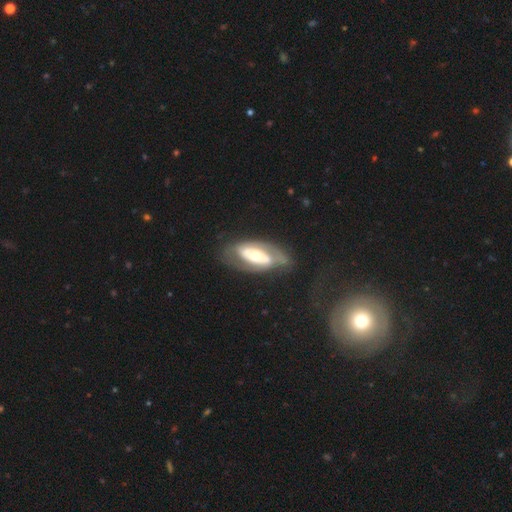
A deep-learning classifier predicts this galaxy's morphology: The model was most divided on "spiral arms": yes: 55%, no: 45%. More confident: edge-on disk — no (90%); smooth or featured — featured or disk (71%); bulge size — moderate (63%); merging — none (61%); bar — no (59%).